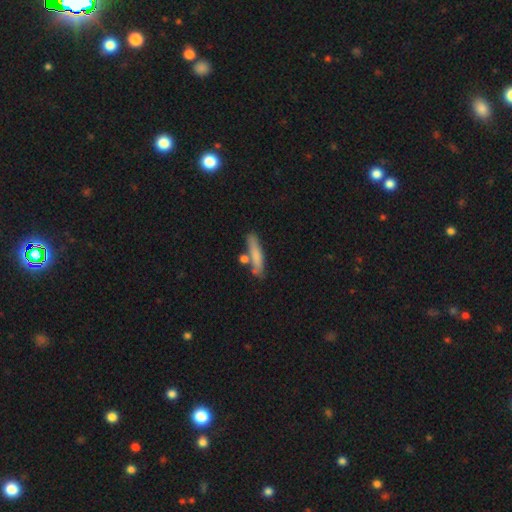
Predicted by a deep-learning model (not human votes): A smooth galaxy with no disk features (74%) that is cigar-shaped (83%). Merging: none (69%).